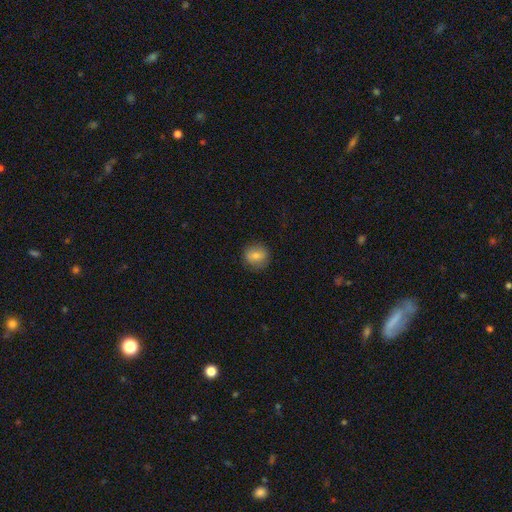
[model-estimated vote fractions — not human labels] Morphology: type=smooth (78%); roundness=round (83%); merging=none (87%).